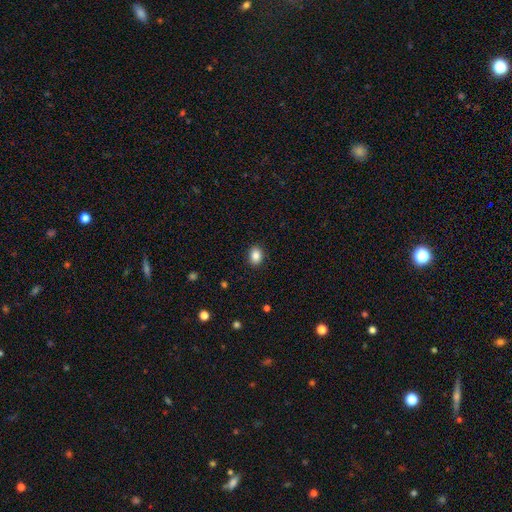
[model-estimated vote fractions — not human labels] Q: Smooth or featured?
A: smooth (87%); runner-up: star or artifact (9%)
Q: How rounded?
A: in between (66%); runner-up: round (33%)
Q: Merging?
A: none (90%); runner-up: minor disturbance (7%)